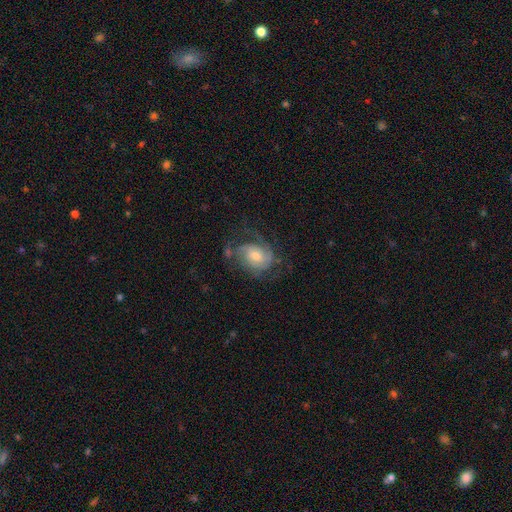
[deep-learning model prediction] The model was most divided on "spiral winding": tight: 48%, medium: 38%, loose: 14%. Remaining: edge-on disk — no (97%); spiral arms — yes (92%); smooth or featured — featured or disk (78%); bar — no (65%); merging — none (60%); bulge size — moderate (58%); spiral arm count — 2 (38%).